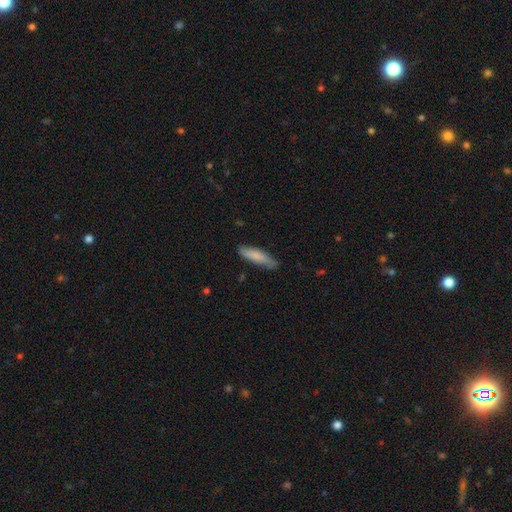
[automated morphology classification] Smooth or featured: smooth — 78% (featured or disk — 16%)
How rounded: cigar-shaped — 74% (in between — 24%)
Merging: none — 75% (minor disturbance — 20%)